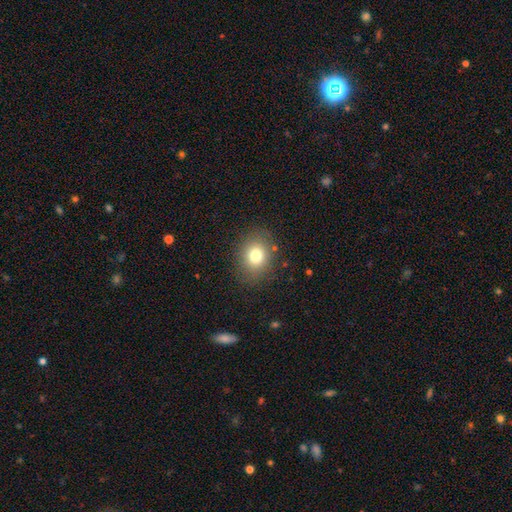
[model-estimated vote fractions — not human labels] Morphology: type=smooth (77%); roundness=round (61%); merging=none (85%).